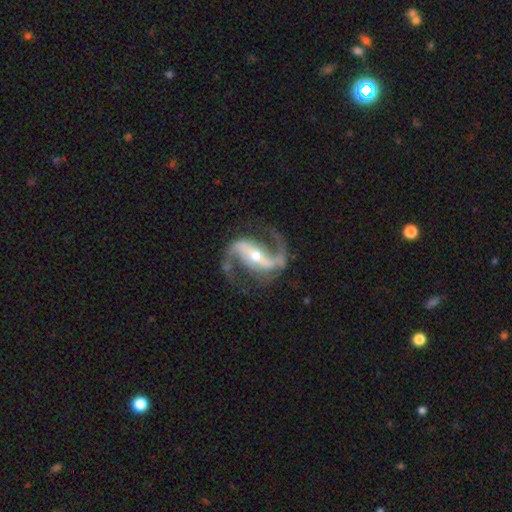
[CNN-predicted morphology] type=featured or disk (93%); edge-on=no (97%); bar=strong (62%); spiral arms=yes (98%); winding=medium (48%); arm count=2 (94%); bulge=moderate (51%); merging=none (77%).